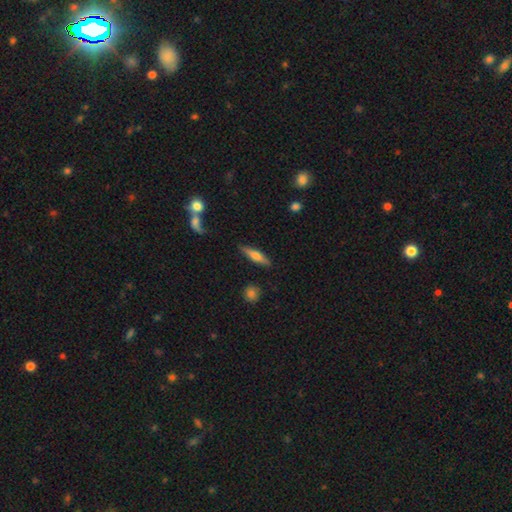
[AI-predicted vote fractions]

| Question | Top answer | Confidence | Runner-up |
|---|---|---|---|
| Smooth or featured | smooth | 48% | featured or disk (46%) |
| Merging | none | 84% | minor disturbance (11%) |